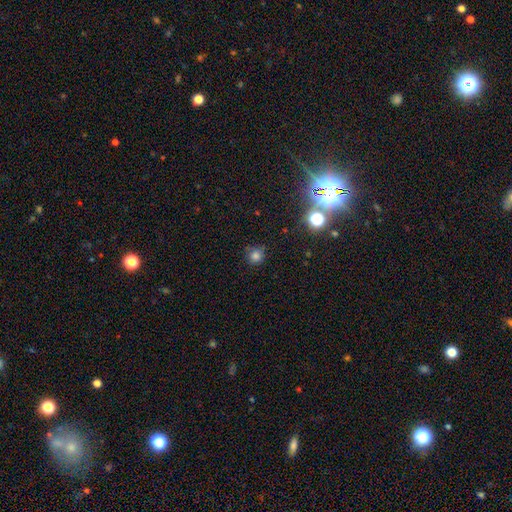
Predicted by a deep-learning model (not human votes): Q: Smooth or featured?
A: smooth (78%); runner-up: star or artifact (17%)
Q: How rounded?
A: round (91%); runner-up: in between (8%)
Q: Merging?
A: none (78%); runner-up: minor disturbance (16%)